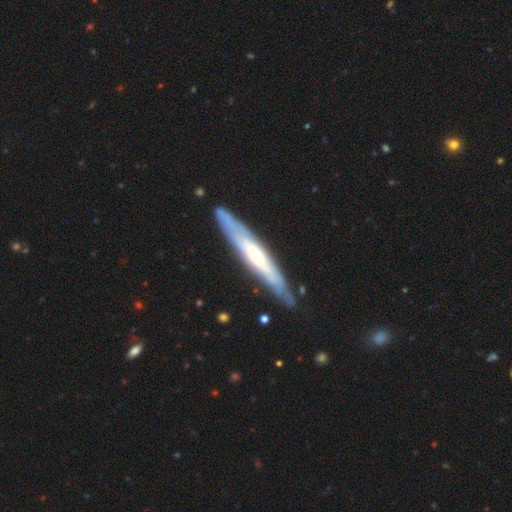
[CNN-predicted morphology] Overall: featured or disk (71%). Edge-on disk: yes (81%). Edge-on bulge: rounded (67%). Merging: none (84%).